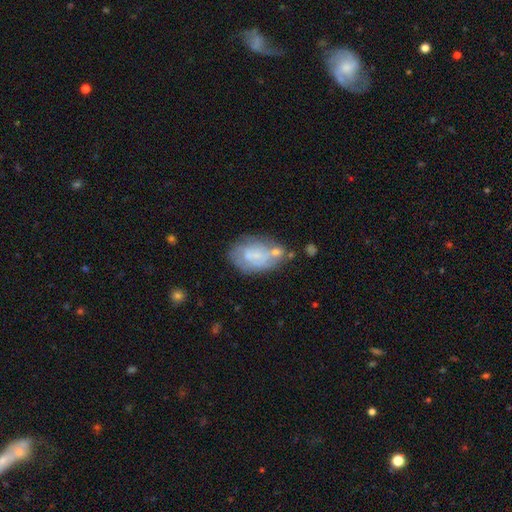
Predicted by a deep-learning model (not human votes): This is possibly a featured or disk galaxy (52%). It is clearly not viewed edge-on (97%). Merging: possibly none (45%).